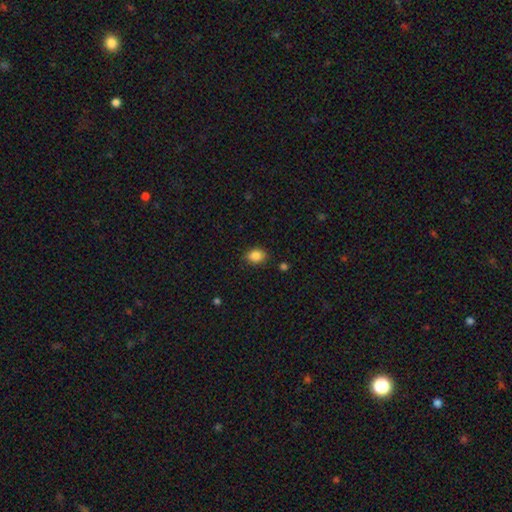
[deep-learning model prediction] smooth_or_featured: smooth (p=0.86) [alt: star or artifact p=0.09]
how_rounded: in between (p=0.67) [alt: round p=0.32]
merging: none (p=0.84) [alt: minor disturbance p=0.12]